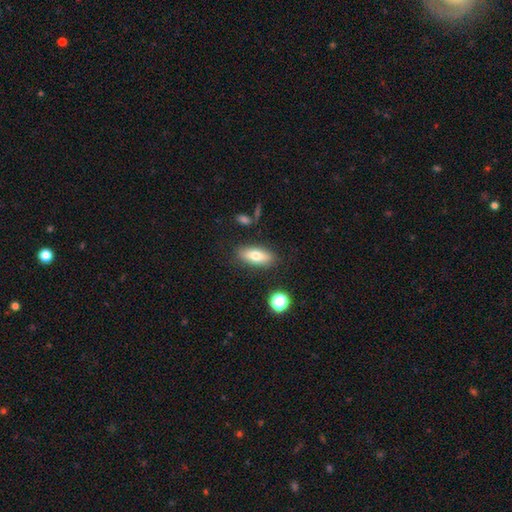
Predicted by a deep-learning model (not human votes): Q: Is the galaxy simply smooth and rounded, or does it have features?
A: smooth — 73%.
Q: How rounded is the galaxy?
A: in between — 75%.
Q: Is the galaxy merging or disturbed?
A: none — 84%.